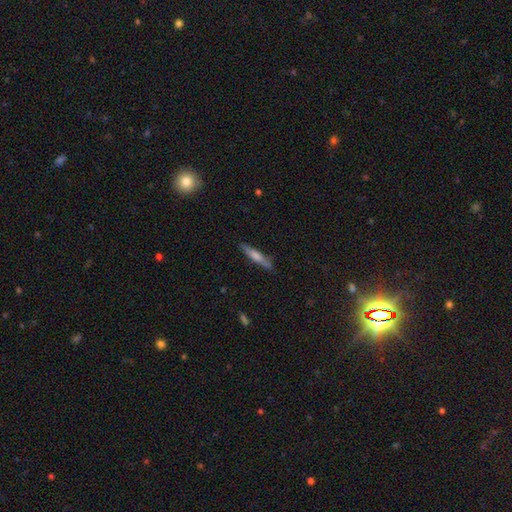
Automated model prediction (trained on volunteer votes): Morphology: type=featured or disk (47%); merging=none (86%).